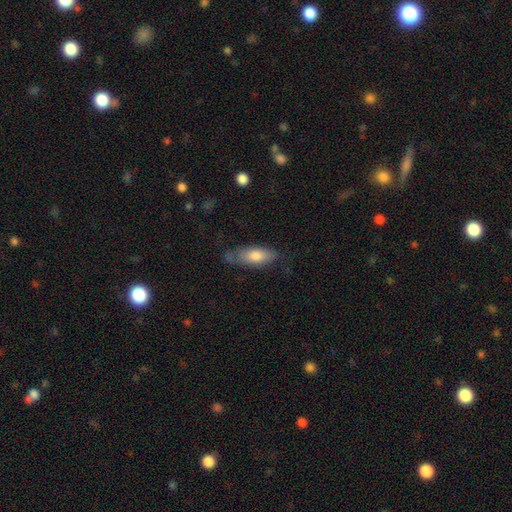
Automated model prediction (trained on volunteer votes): smooth 73%, featured or disk 21%, star or artifact 6%. Down the decision tree: how rounded — in between (71%); merging — none (62%).